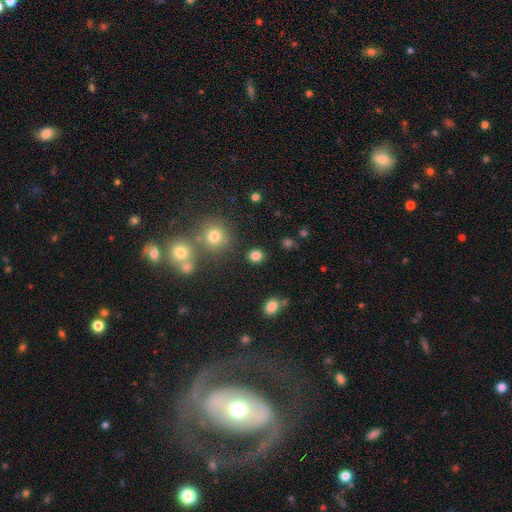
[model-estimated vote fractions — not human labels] smooth 82%, star or artifact 13%, featured or disk 5%. Down the decision tree: how rounded — round (79%); merging — none (87%).